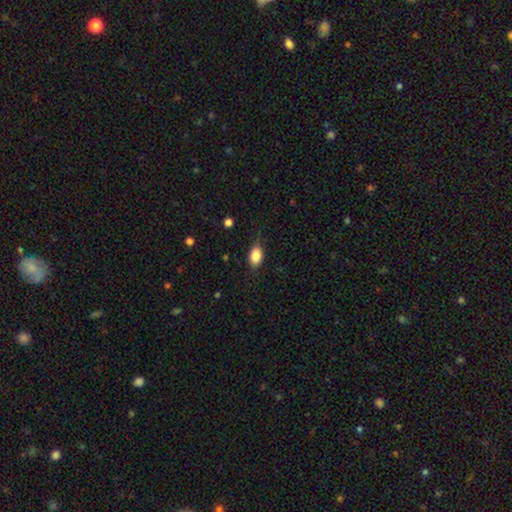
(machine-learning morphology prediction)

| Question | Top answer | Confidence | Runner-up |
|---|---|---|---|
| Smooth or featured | smooth | 85% | star or artifact (8%) |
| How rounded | in between | 84% | round (14%) |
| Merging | none | 76% | minor disturbance (19%) |